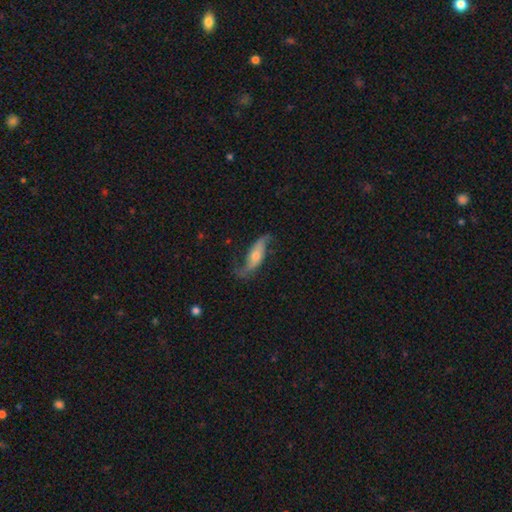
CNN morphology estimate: Smooth or featured?
  - featured or disk: 81% *
  - smooth: 13%
  - star or artifact: 6%
Edge-on disk?
  - no: 83% *
  - yes: 17%
Bar?
  - no: 57% *
  - weak: 24%
  - strong: 18%
Spiral arms?
  - yes: 93% *
  - no: 7%
Spiral winding?
  - loose: 80% *
  - medium: 15%
  - tight: 5%
Spiral arm count?
  - 2: 91% *
  - 1: 3%
  - can't tell: 3%
  - 3: 1%
  - 4: 1%
  - more than 4: 1%
Bulge size?
  - moderate: 52% *
  - small: 41%
  - large: 4%
  - none: 2%
  - dominant: 1%
Merging?
  - none: 71% *
  - minor disturbance: 18%
  - major disturbance: 10%
  - merger: 2%